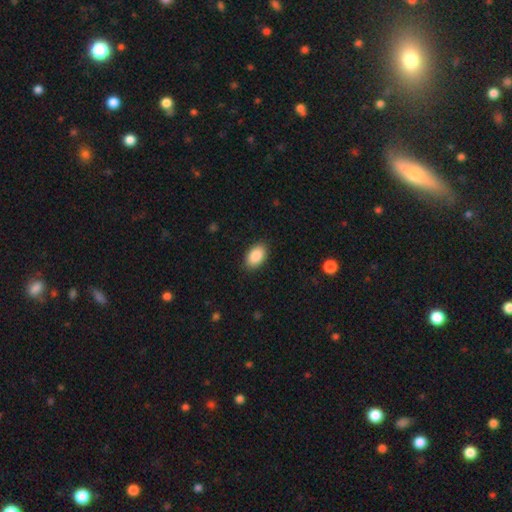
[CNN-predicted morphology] Smooth or featured?
  - smooth: 89% *
  - star or artifact: 6%
  - featured or disk: 4%
How rounded?
  - in between: 92% *
  - round: 7%
  - cigar-shaped: 1%
Merging?
  - none: 89% *
  - minor disturbance: 8%
  - major disturbance: 2%
  - merger: 1%